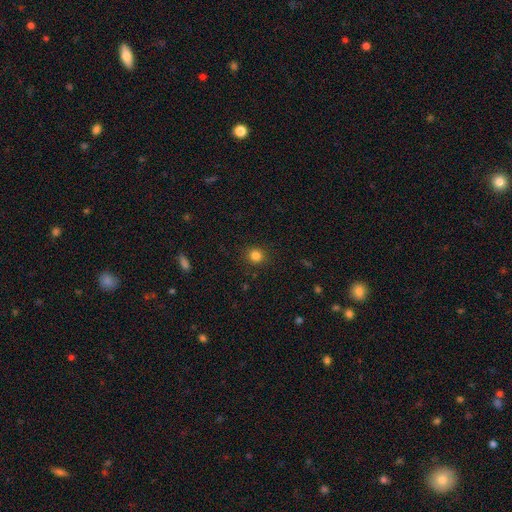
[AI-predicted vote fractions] Overall: smooth (83%). How rounded: round (89%). Merging: none (90%).